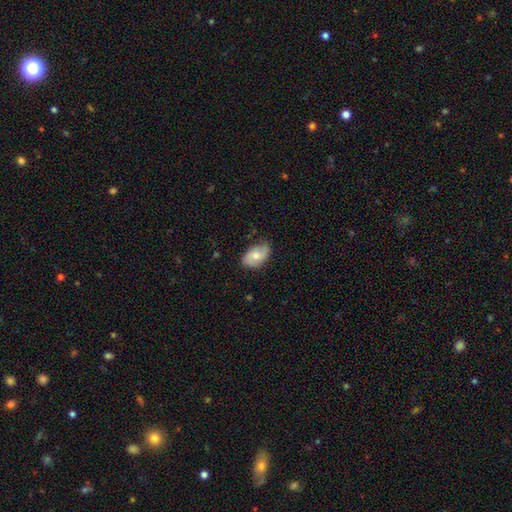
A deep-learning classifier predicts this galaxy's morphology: The model was most divided on "smooth or featured": smooth: 62%, featured or disk: 31%, star or artifact: 6%. More confident: how rounded — in between (92%); merging — none (75%).